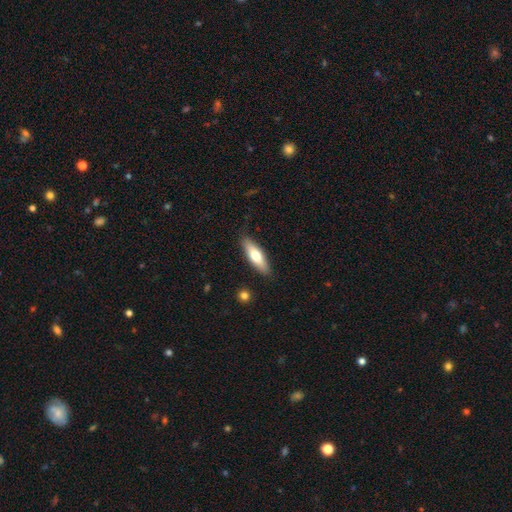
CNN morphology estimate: The model was most divided on "how rounded": cigar-shaped: 50%, in between: 47%, round: 2%. More confident: merging — none (87%); smooth or featured — smooth (64%).